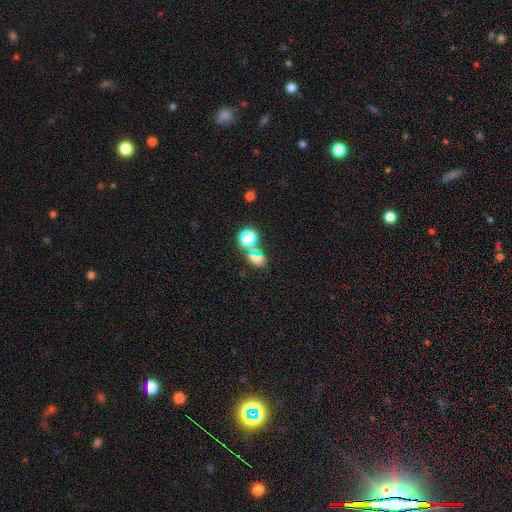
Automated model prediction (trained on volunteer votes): Q: Smooth or featured?
A: smooth (59%); runner-up: star or artifact (33%)
Q: How rounded?
A: round (53%); runner-up: in between (46%)
Q: Merging?
A: none (62%); runner-up: merger (24%)